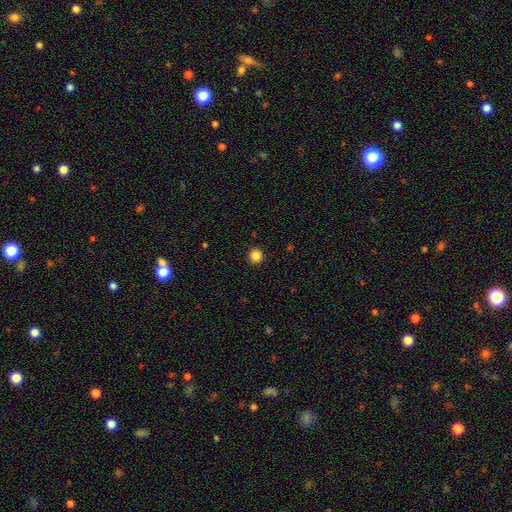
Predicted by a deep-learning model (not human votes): Smooth or featured? Predicted: smooth (p=0.86). How rounded? Predicted: round (p=0.94). Merging? Predicted: none (p=0.93).